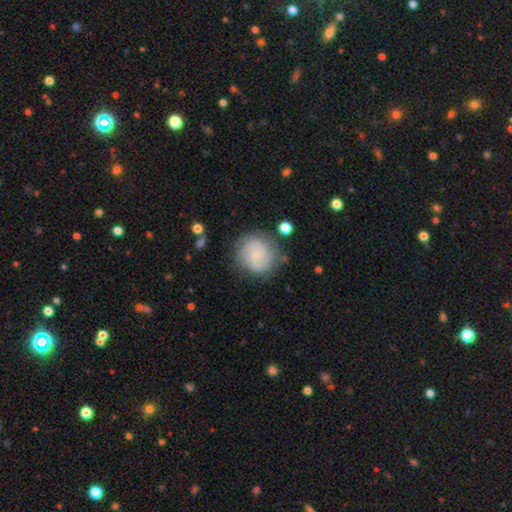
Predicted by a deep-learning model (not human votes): Q: Smooth or featured?
A: featured or disk (57%); runner-up: smooth (35%)
Q: Edge-on disk?
A: no (98%); runner-up: yes (2%)
Q: Bar?
A: no (60%); runner-up: weak (34%)
Q: Spiral arms?
A: yes (87%); runner-up: no (13%)
Q: Bulge size?
A: small (78%); runner-up: moderate (15%)
Q: Merging?
A: none (77%); runner-up: minor disturbance (15%)